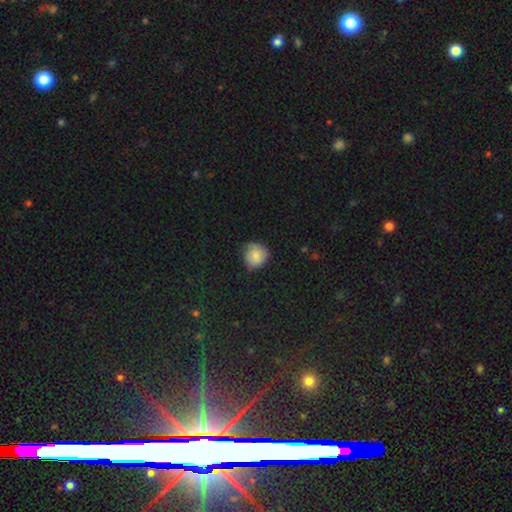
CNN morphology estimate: type=smooth (81%); roundness=round (88%); merging=none (66%).